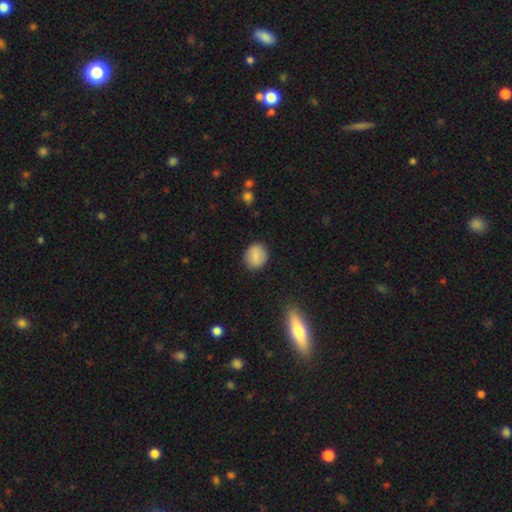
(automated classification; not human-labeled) Morphology: type=smooth (85%); roundness=round (73%); merging=none (88%).